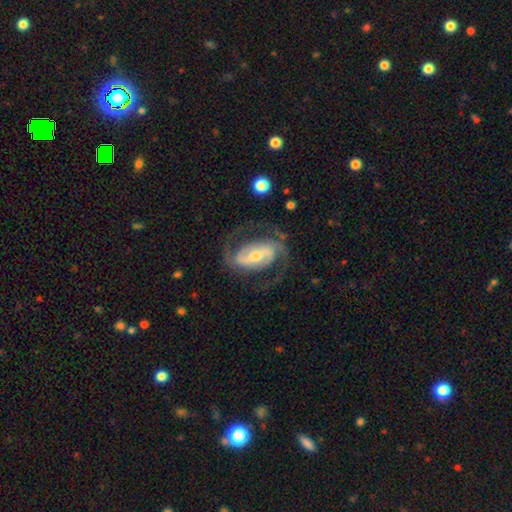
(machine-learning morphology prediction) The model was most divided on "bar": strong: 46%, weak: 37%, no: 17%. More confident: edge-on disk — no (97%); spiral arms — yes (95%); spiral arm count — 2 (88%); smooth or featured — featured or disk (88%); merging — none (71%); spiral winding — medium (53%); bulge size — moderate (53%).